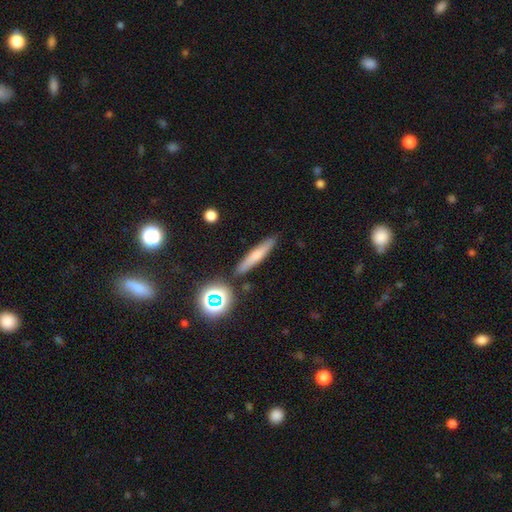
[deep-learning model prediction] The model was most divided on "smooth or featured": smooth: 63%, featured or disk: 26%, star or artifact: 12%. More confident: how rounded — cigar-shaped (88%); merging — none (86%).